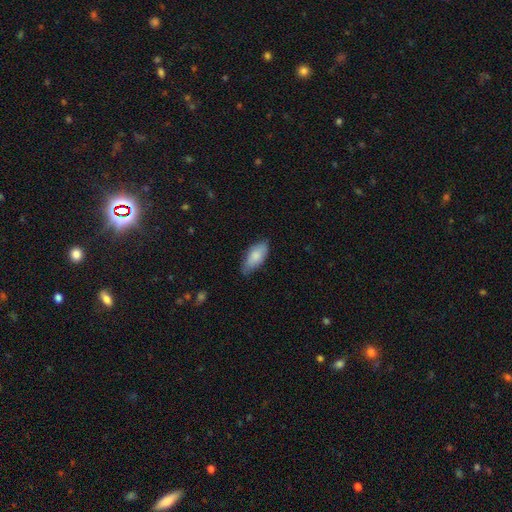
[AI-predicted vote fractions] Smooth or featured?
  - smooth: 81% *
  - featured or disk: 13%
  - star or artifact: 6%
How rounded?
  - in between: 85% *
  - cigar-shaped: 13%
  - round: 2%
Merging?
  - none: 72% *
  - minor disturbance: 23%
  - major disturbance: 4%
  - merger: 1%